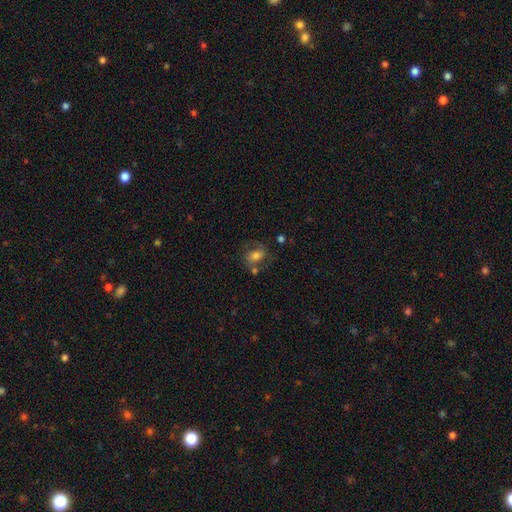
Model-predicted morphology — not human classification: Overall: smooth (60%; featured or disk 30%). How rounded: in between (69%). Merging: none (55%; minor disturbance 20%).